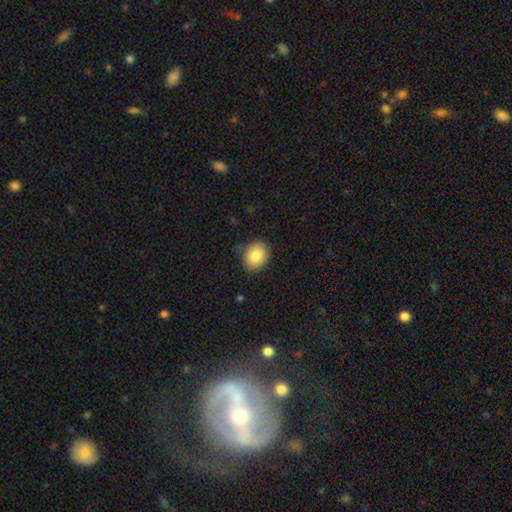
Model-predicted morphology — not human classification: A smooth galaxy with no disk features (83%) that is round (57%). Merging: none (85%).